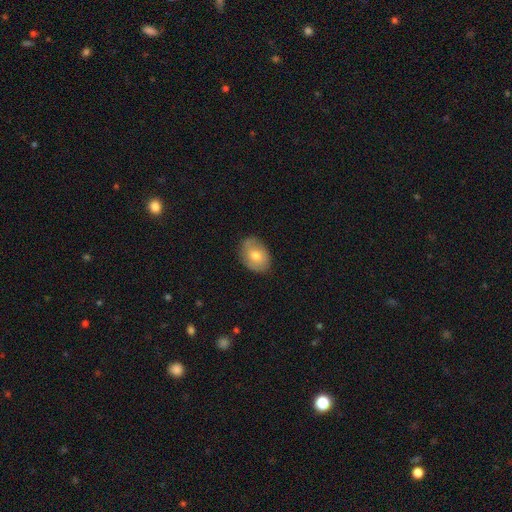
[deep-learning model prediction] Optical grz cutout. It shows a smooth galaxy with no disk features (66%) that is in between round and cigar-shaped (76%). Merging: none (81%).